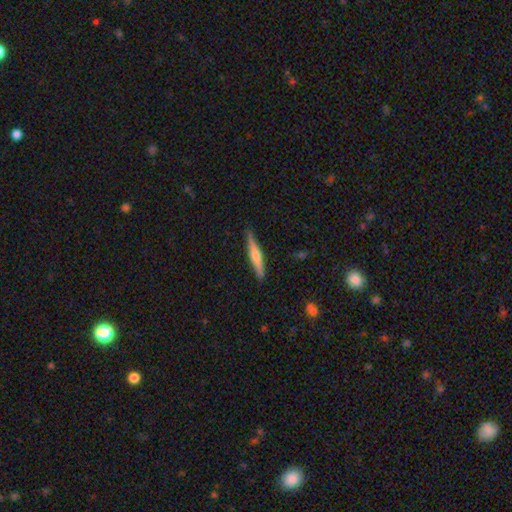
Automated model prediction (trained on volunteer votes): This appears to be a featured or disk galaxy (57%) viewed edge-on (97%) with a rounded central bulge (72%). Merging: none (88%).